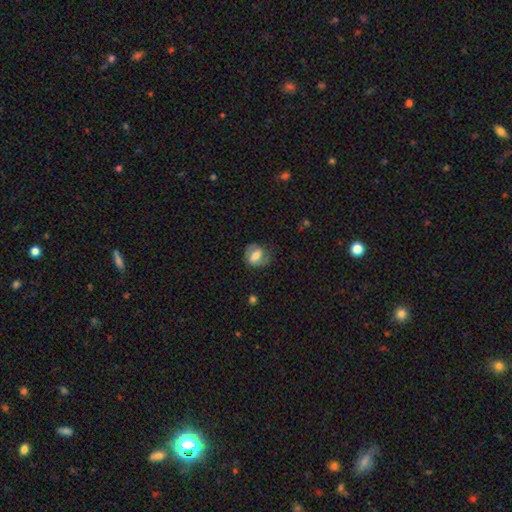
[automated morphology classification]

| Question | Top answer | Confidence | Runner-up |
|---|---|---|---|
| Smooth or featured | smooth | 53% | featured or disk (39%) |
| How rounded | in between | 53% | round (45%) |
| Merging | none | 62% | minor disturbance (24%) |